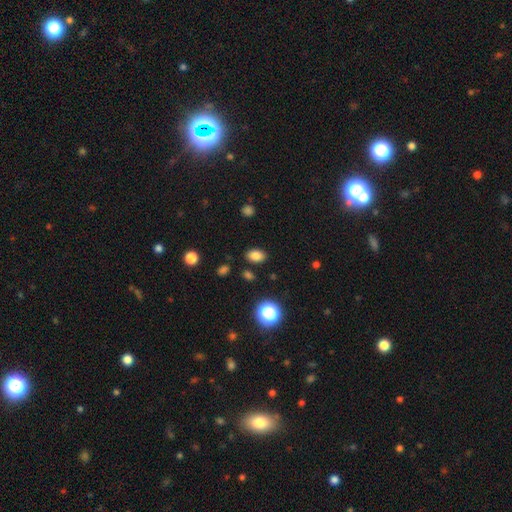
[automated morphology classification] Overall: smooth (81%). How rounded: in between (84%). Merging: none (86%).